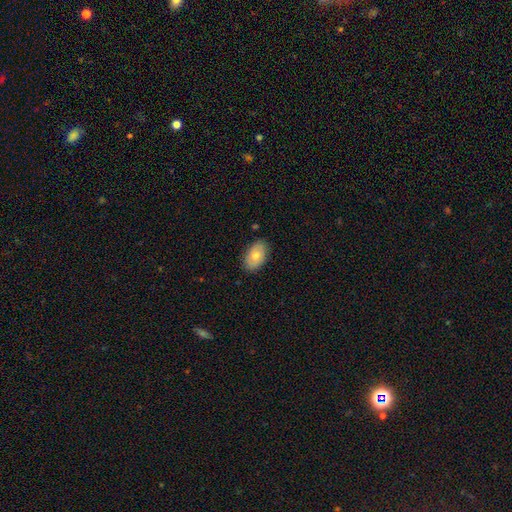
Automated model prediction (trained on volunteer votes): This appears to be a smooth galaxy with no disk features (72%) that is in between round and cigar-shaped (91%). Merging: none (82%).